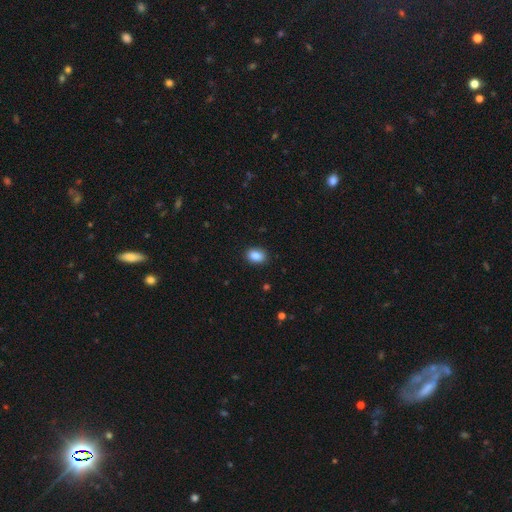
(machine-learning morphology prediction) smooth-or-featured: smooth: 88% | star or artifact: 8% | featured or disk: 4%
  how-rounded: in between: 75% | round: 24% | cigar-shaped: 1%
  merging: none: 89% | minor disturbance: 8% | major disturbance: 2% | merger: 1%